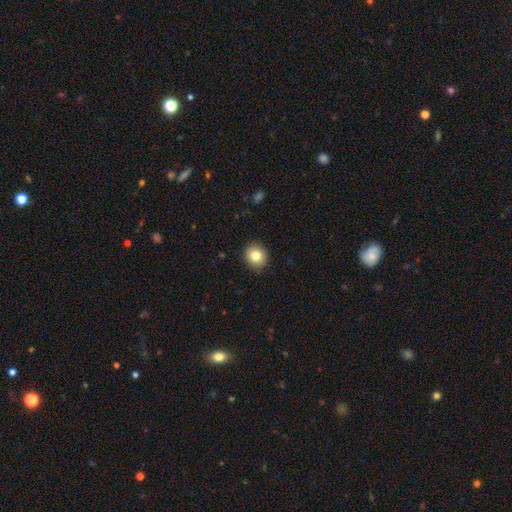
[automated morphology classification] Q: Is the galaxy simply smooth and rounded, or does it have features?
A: smooth — 82%.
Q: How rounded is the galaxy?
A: round — 82%.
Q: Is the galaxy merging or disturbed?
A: none — 90%.